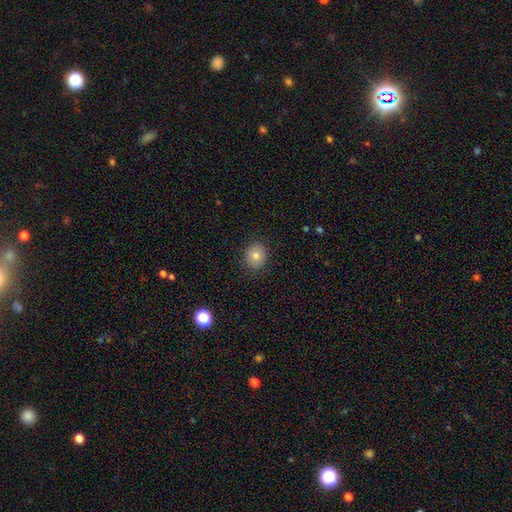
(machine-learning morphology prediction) smooth 79%, star or artifact 11%, featured or disk 10%. Down the decision tree: how rounded — round (76%); merging — none (88%).